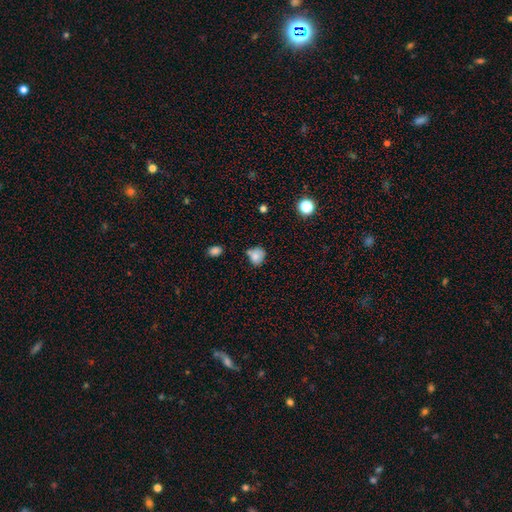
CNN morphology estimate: This appears to be a smooth galaxy with no disk features (79%) that is round (71%). Merging: none (58%).